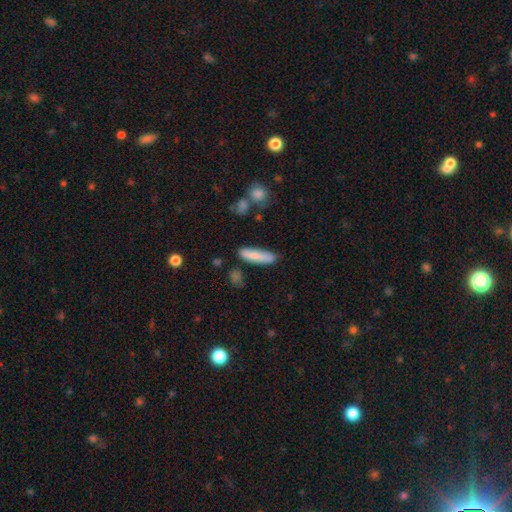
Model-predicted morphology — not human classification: smooth-or-featured: smooth: 83% | featured or disk: 11% | star or artifact: 6%
  how-rounded: cigar-shaped: 78% | in between: 20% | round: 2%
  merging: none: 81% | minor disturbance: 13% | merger: 3% | major disturbance: 3%